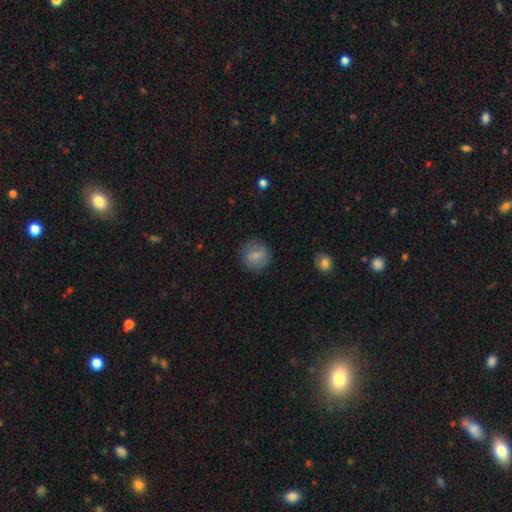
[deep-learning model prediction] The model was most divided on "how rounded": round: 80%, in between: 19%, cigar-shaped: 1%. More confident: merging — none (81%); smooth or featured — smooth (78%).